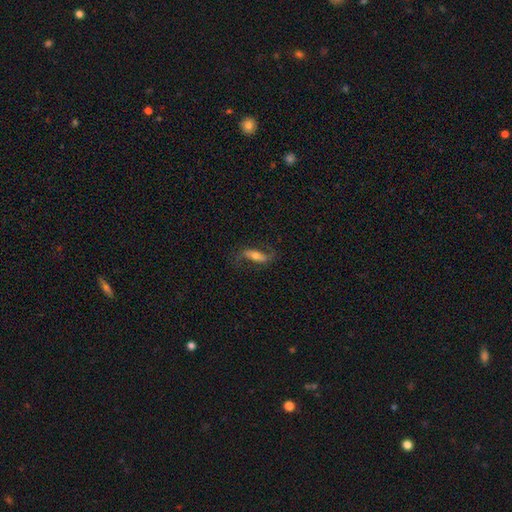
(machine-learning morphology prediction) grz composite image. It shows a featured or disk galaxy (63%) with a strong bar (38%), spiral arms (87%) and a moderate central bulge (55%). Merging: none (71%).